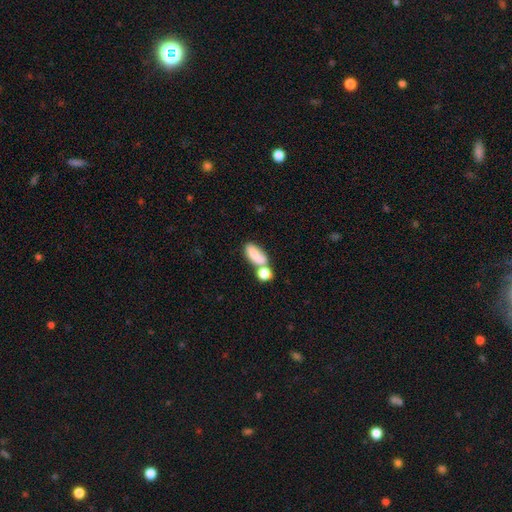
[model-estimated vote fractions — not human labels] Q: Smooth or featured?
A: smooth (76%); runner-up: featured or disk (15%)
Q: How rounded?
A: in between (82%); runner-up: cigar-shaped (10%)
Q: Merging?
A: merger (43%); runner-up: none (35%)